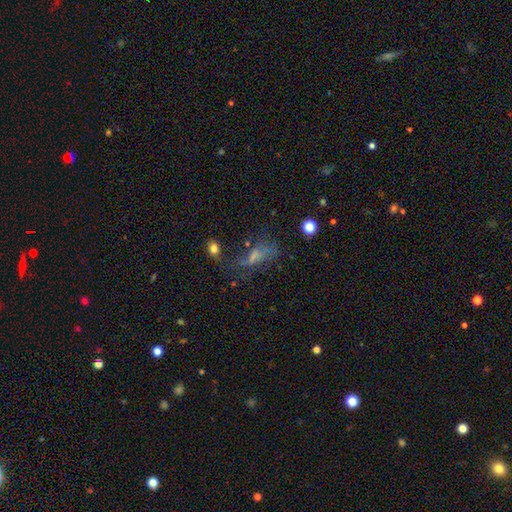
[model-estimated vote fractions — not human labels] This appears to be a smooth galaxy with no disk features (47%). Merging: major disturbance (36%).